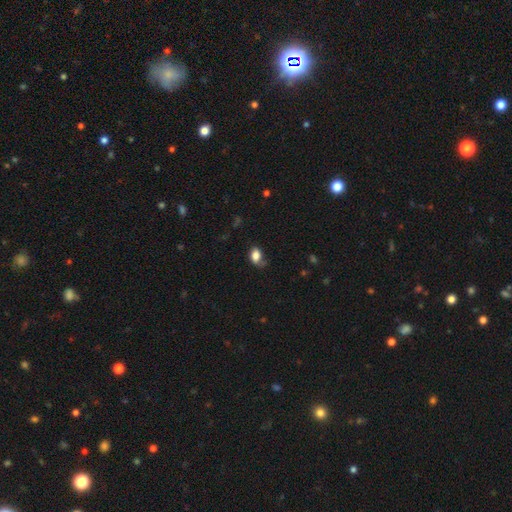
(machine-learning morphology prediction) Smooth or featured: smooth — 81% (featured or disk — 10%)
How rounded: in between — 82% (round — 16%)
Merging: none — 51% (minor disturbance — 31%)